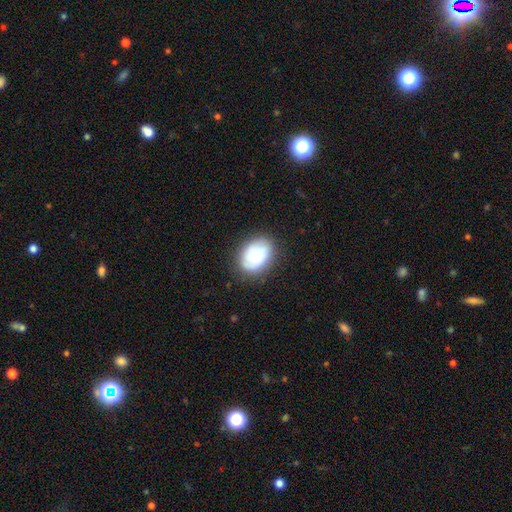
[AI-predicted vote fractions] This appears to be a smooth galaxy with no disk features (69%) that is in between round and cigar-shaped (72%). Merging: none (80%).